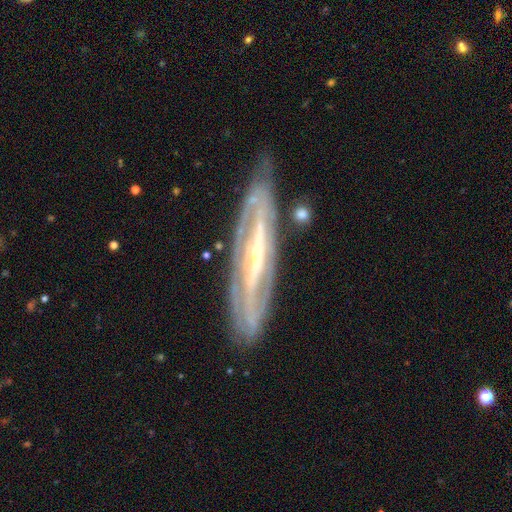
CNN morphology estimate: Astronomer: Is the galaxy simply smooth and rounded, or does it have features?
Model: featured or disk — 86%.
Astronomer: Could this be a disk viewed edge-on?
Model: no — 64%.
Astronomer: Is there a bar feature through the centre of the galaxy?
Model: strong — 51%.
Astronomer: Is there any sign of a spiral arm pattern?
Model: yes — 88%.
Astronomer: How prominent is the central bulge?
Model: small — 70%.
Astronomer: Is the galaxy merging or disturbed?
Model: none — 79%.